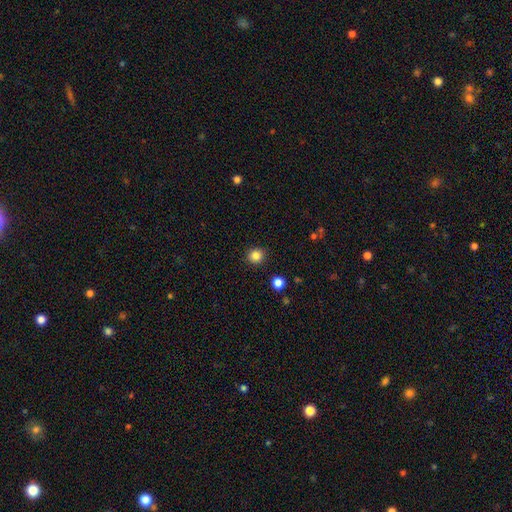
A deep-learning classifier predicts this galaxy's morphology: A smooth galaxy with no disk features (84%) that is round (91%).

Vote fractions:
- Smooth or featured? smooth: 84% / star or artifact: 12% / featured or disk: 4%
- How rounded? round: 91% / in between: 8% / cigar-shaped: 1%
- Merging? none: 92% / minor disturbance: 5% / major disturbance: 2% / merger: 1%